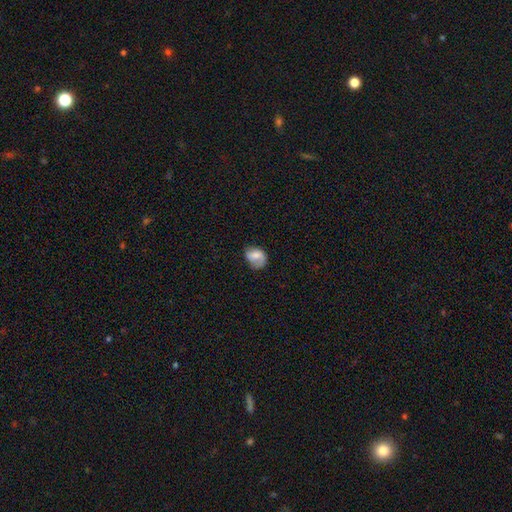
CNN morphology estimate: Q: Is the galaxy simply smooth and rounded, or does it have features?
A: smooth — 65%.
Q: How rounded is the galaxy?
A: in between — 57%.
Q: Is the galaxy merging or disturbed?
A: none — 53%.